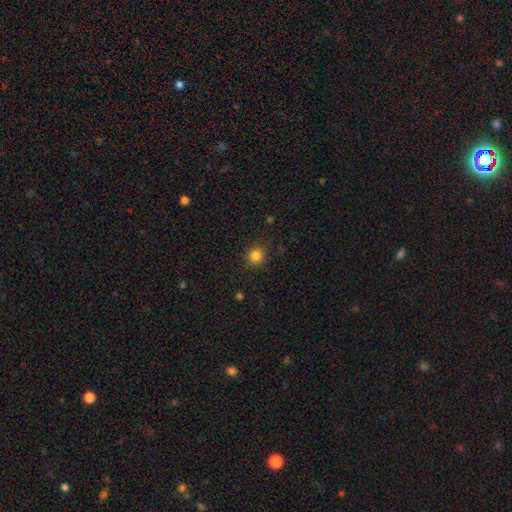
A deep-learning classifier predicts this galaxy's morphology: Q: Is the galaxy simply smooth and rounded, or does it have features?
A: smooth — 84%.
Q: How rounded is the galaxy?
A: round — 91%.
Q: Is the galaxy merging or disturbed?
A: none — 90%.